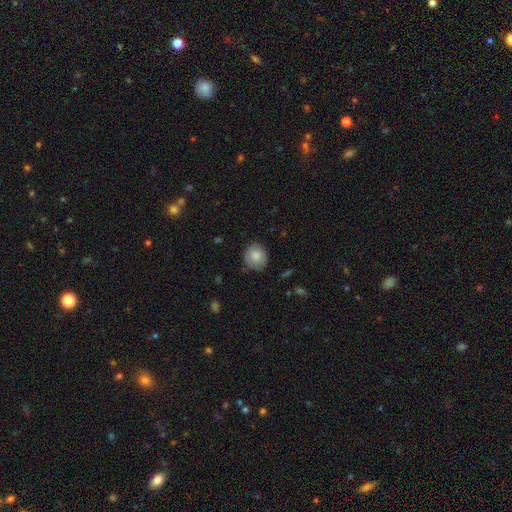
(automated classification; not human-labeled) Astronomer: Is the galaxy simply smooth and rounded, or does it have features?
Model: smooth — 82%.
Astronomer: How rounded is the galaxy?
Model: round — 77%.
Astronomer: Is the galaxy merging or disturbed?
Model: none — 80%.